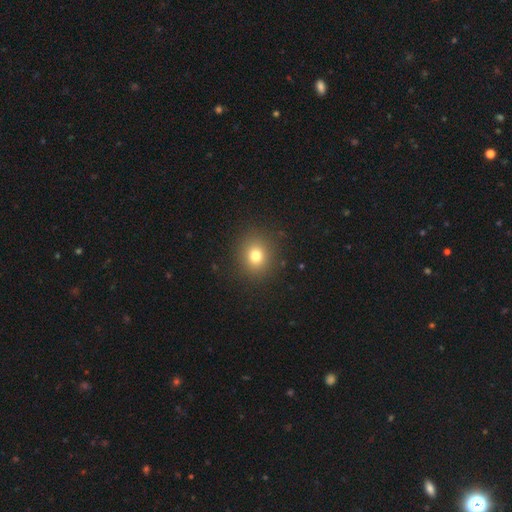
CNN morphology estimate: This is likely a smooth galaxy (77%). How rounded: clearly round (81%). Merging: clearly none (90%).